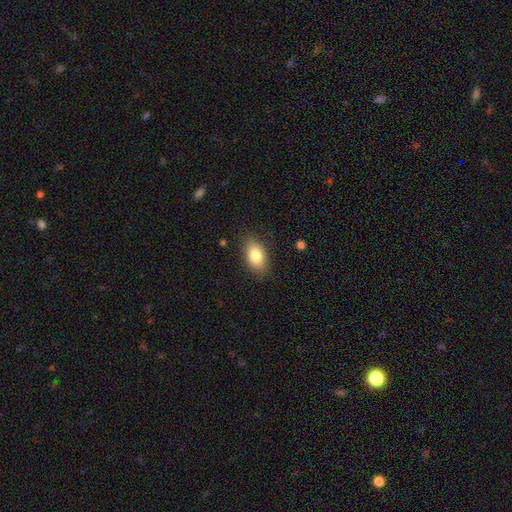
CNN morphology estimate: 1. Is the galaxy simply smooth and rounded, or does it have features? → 81% smooth, 11% featured or disk, 7% star or artifact.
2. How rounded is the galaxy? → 89% in between, 8% round, 3% cigar-shaped.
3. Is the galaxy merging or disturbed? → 84% none, 12% minor disturbance, 3% major disturbance, 1% merger.